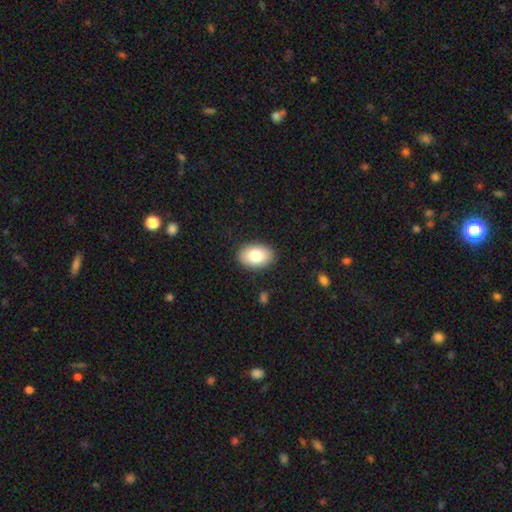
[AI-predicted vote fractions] A smooth galaxy with no disk features (81%) that is in between round and cigar-shaped (86%). Merging: none (89%).